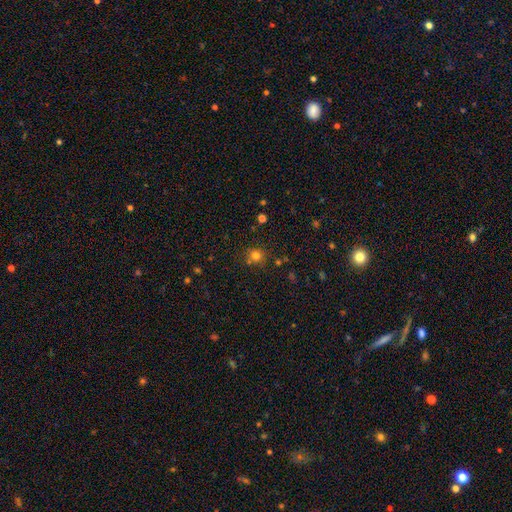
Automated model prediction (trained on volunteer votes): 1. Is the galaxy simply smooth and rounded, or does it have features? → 78% smooth, 16% star or artifact, 6% featured or disk.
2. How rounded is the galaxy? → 89% round, 10% in between, 1% cigar-shaped.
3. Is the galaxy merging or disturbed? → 77% none, 12% minor disturbance, 8% merger, 4% major disturbance.